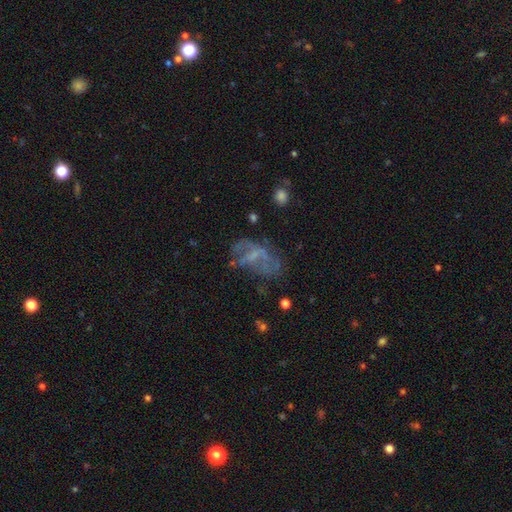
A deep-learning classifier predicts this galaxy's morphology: This is possibly a featured or disk galaxy (57%). It is clearly not viewed edge-on (96%). Bar: possibly no (56%). Spiral arm pattern: possibly no (59%). Central bulge: possibly none (55%). Merging: marginally none (43%).